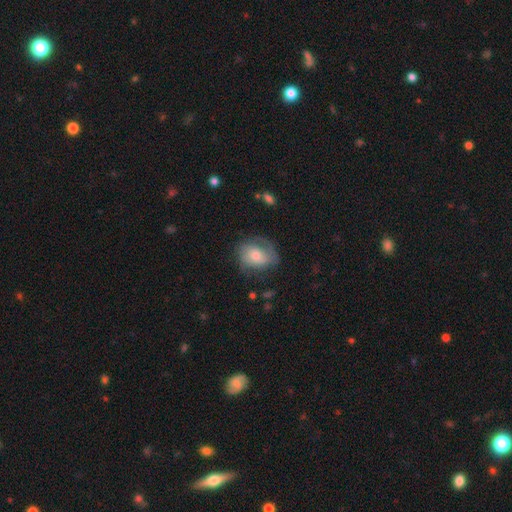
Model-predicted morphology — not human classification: Smooth or featured? Predicted: smooth (p=0.57). How rounded? Predicted: in between (p=0.55). Merging? Predicted: none (p=0.53).